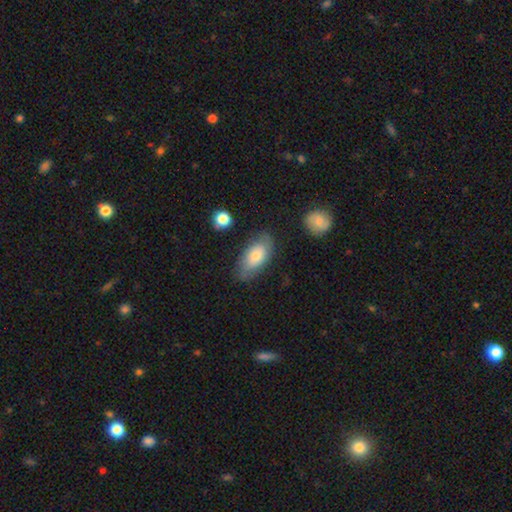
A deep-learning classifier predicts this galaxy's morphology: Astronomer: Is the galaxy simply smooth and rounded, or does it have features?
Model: smooth — 72%.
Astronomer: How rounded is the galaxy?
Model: in between — 91%.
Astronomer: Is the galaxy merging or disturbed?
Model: none — 70%.